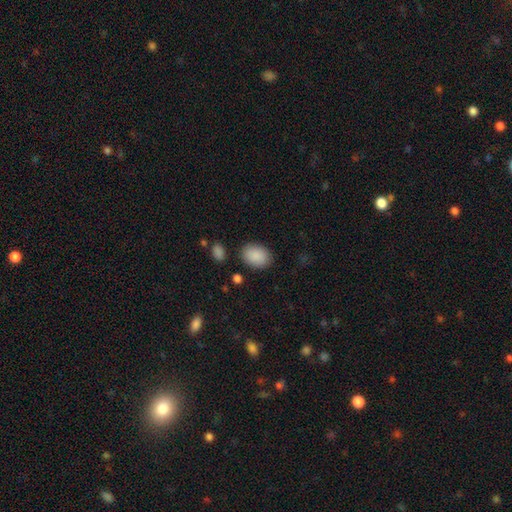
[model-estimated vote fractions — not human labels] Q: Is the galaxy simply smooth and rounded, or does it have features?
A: smooth — 90%.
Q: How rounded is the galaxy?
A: in between — 75%.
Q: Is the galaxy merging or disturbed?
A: none — 85%.